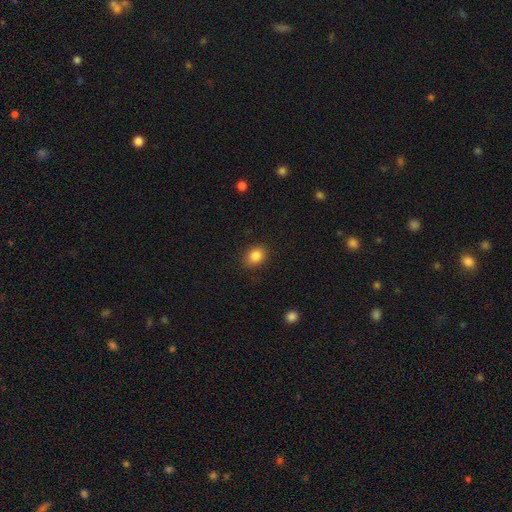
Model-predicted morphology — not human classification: The model was most divided on "how rounded": round: 50%, in between: 49%, cigar-shaped: 1%. More confident: merging — none (87%); smooth or featured — smooth (85%).